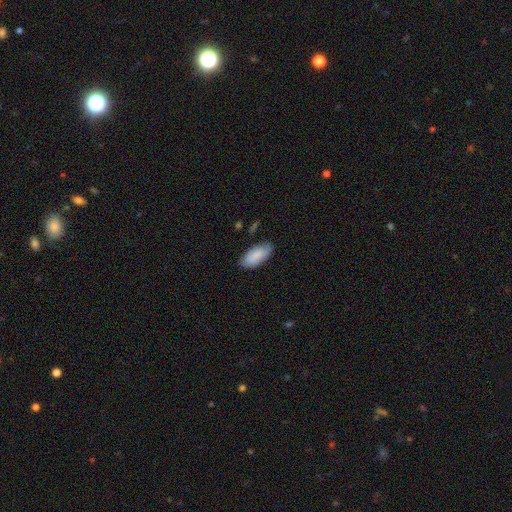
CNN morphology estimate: smooth 86%, featured or disk 8%, star or artifact 6%. Down the decision tree: how rounded — in between (91%); merging — none (82%).